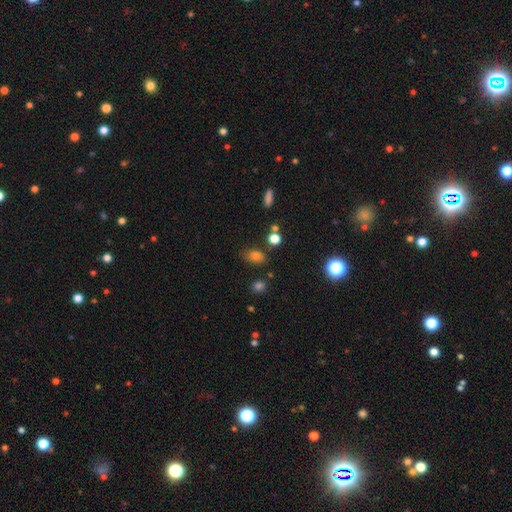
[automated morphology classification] Overall: smooth (76%). How rounded: in between (75%). Merging: none (74%).